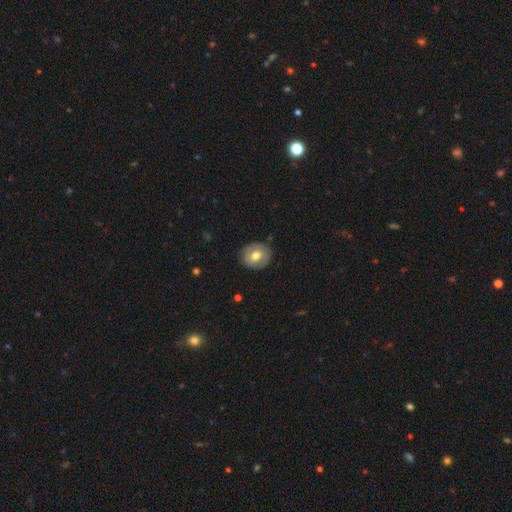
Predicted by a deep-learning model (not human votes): Smooth or featured? Predicted: smooth (p=0.64). How rounded? Predicted: round (p=0.73). Merging? Predicted: none (p=0.85).